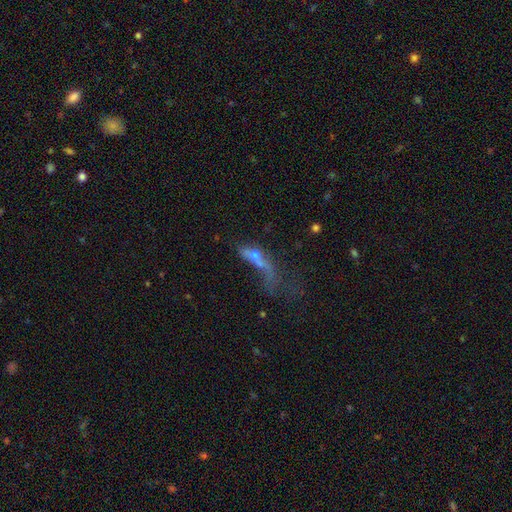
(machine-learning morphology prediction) A smooth galaxy with no disk features (44%).

Vote fractions:
- Smooth or featured? smooth: 44% / featured or disk: 42% / star or artifact: 13%
- Merging? major disturbance: 46% / merger: 30% / none: 14% / minor disturbance: 10%